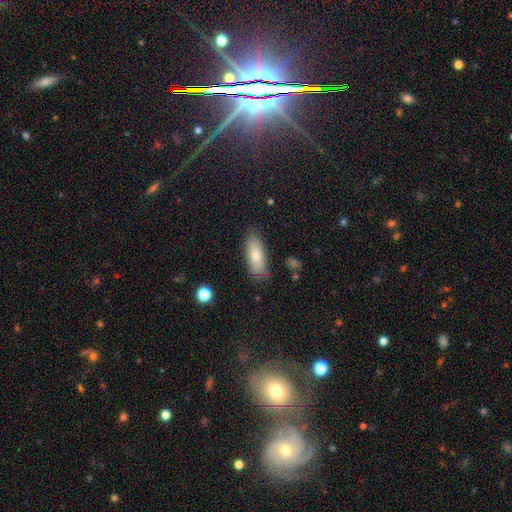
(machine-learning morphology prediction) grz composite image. It shows a smooth galaxy with no disk features (78%) that is in between round and cigar-shaped (71%). Merging: none (80%).